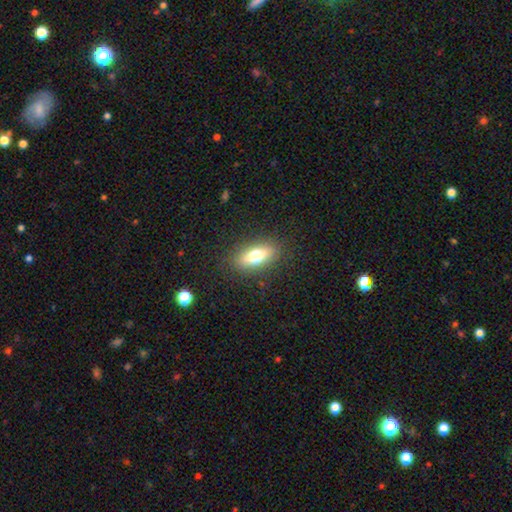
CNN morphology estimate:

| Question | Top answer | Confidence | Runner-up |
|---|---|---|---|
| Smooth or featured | smooth | 72% | featured or disk (20%) |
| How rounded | in between | 76% | cigar-shaped (20%) |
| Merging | none | 86% | minor disturbance (9%) |